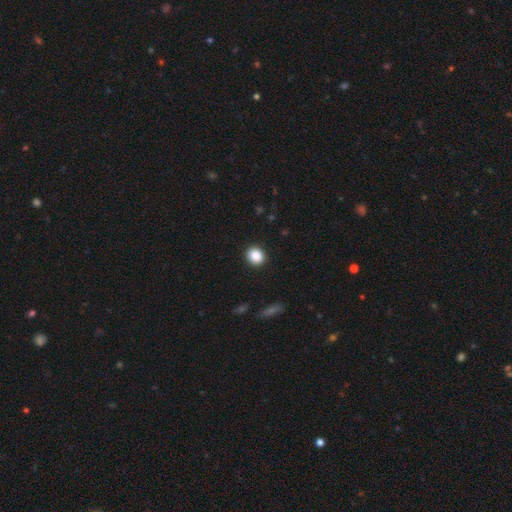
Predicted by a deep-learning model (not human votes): A smooth galaxy with no disk features (87%) that is round (70%).

Vote fractions:
- Smooth or featured? smooth: 87% / star or artifact: 9% / featured or disk: 4%
- How rounded? round: 70% / in between: 29% / cigar-shaped: 1%
- Merging? none: 91% / minor disturbance: 6% / major disturbance: 2% / merger: 1%